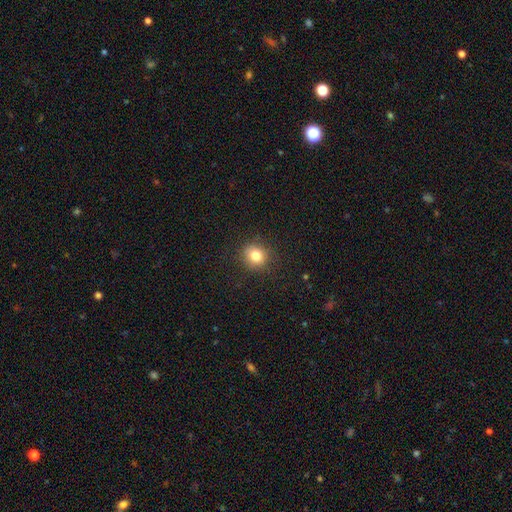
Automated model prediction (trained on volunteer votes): Q: Smooth or featured?
A: smooth (81%); runner-up: star or artifact (12%)
Q: How rounded?
A: round (84%); runner-up: in between (15%)
Q: Merging?
A: none (87%); runner-up: minor disturbance (9%)